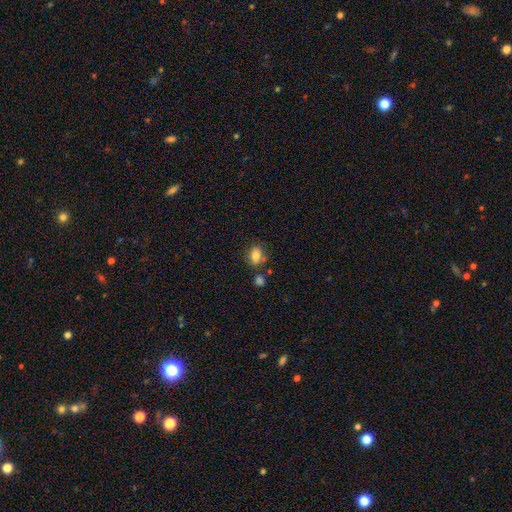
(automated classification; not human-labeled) Q: Smooth or featured?
A: smooth (77%); runner-up: featured or disk (13%)
Q: How rounded?
A: in between (66%); runner-up: round (32%)
Q: Merging?
A: none (62%); runner-up: minor disturbance (19%)